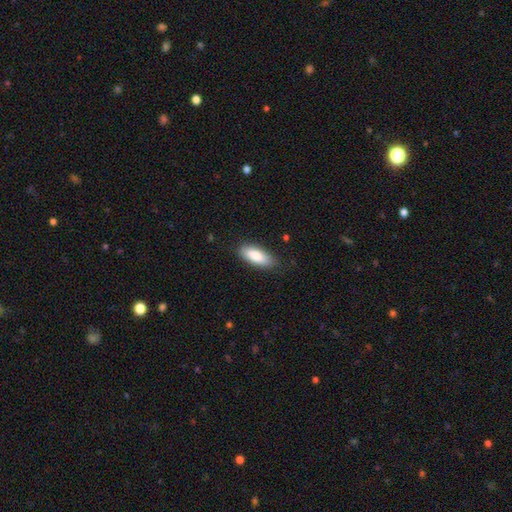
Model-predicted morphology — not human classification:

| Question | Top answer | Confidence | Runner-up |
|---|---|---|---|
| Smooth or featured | smooth | 85% | featured or disk (9%) |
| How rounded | in between | 76% | cigar-shaped (22%) |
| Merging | none | 83% | minor disturbance (14%) |